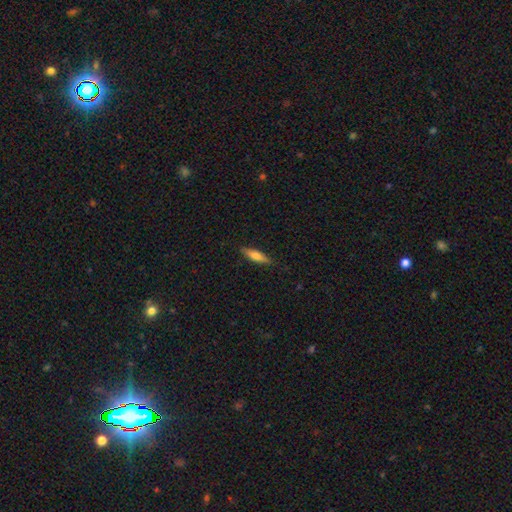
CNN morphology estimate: This is likely a smooth galaxy (63%). How rounded: likely cigar-shaped (71%). Merging: clearly none (86%).